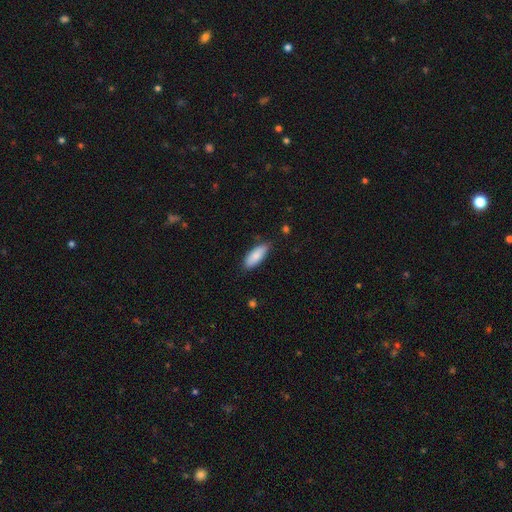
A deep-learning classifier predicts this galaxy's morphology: A smooth galaxy with no disk features (85%) that is in between round and cigar-shaped (72%). Merging: none (84%).